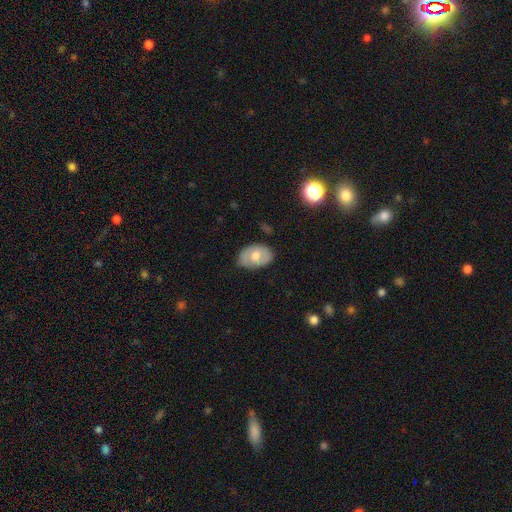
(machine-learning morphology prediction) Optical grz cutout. It shows a smooth galaxy with no disk features (55%) that is in between round and cigar-shaped (83%). Merging: none (71%).